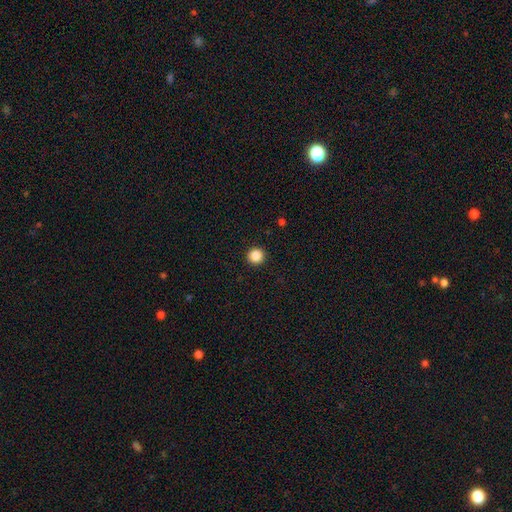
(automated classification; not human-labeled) Smooth or featured? Predicted: smooth (p=0.86). How rounded? Predicted: round (p=0.96). Merging? Predicted: none (p=0.94).